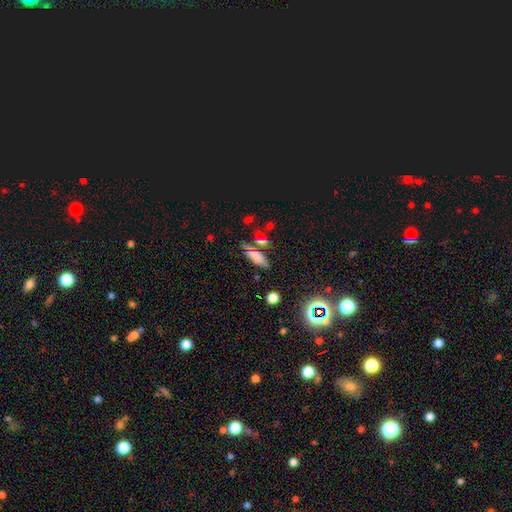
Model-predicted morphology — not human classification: Q: Smooth or featured?
A: smooth (69%); runner-up: star or artifact (16%)
Q: How rounded?
A: in between (58%); runner-up: cigar-shaped (36%)
Q: Merging?
A: none (55%); runner-up: minor disturbance (20%)